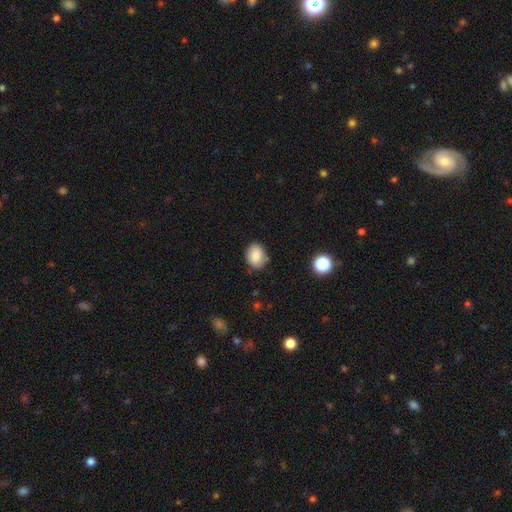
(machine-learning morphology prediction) smooth-or-featured: smooth: 85% | star or artifact: 9% | featured or disk: 6%
  how-rounded: in between: 56% | round: 43% | cigar-shaped: 1%
  merging: none: 79% | minor disturbance: 16% | major disturbance: 3% | merger: 2%